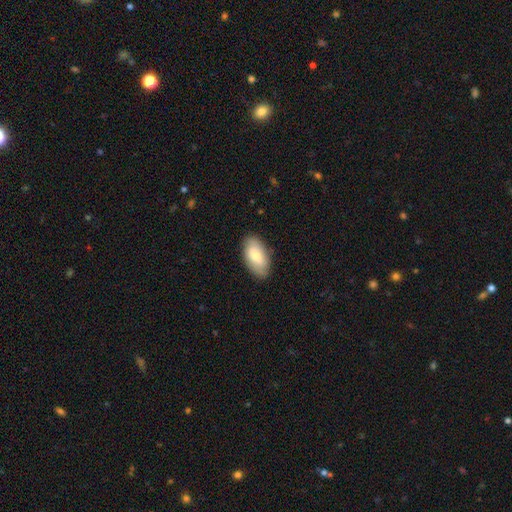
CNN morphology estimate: Smooth or featured? Predicted: smooth (p=0.69). How rounded? Predicted: in between (p=0.94). Merging? Predicted: none (p=0.83).